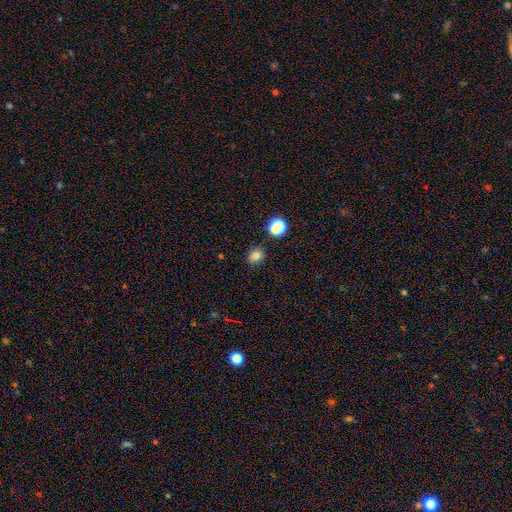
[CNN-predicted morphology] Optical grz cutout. It shows a smooth galaxy with no disk features (79%) that is round (76%). Merging: none (84%).